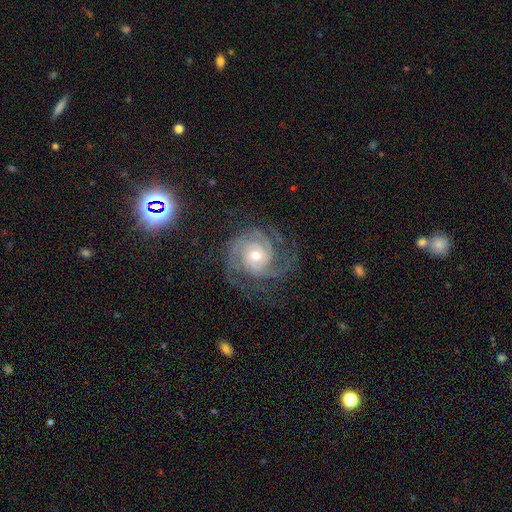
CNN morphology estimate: This appears to be a featured or disk galaxy (90%) with no bar (73%), 3 (39%) tight (60%) spiral arms (98%) and a moderate central bulge (56%). Merging: none (72%).